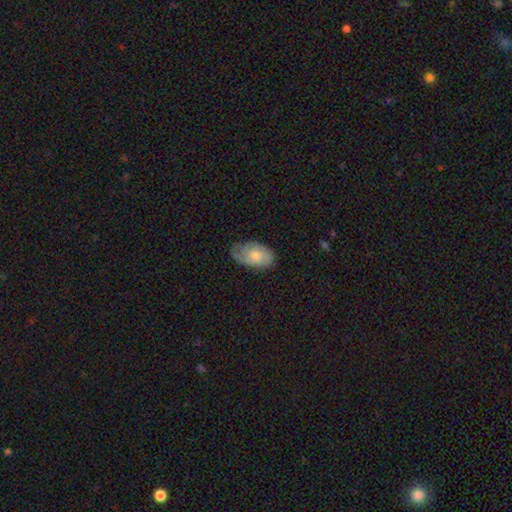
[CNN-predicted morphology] type=smooth (65%); roundness=in between (92%); merging=none (61%).